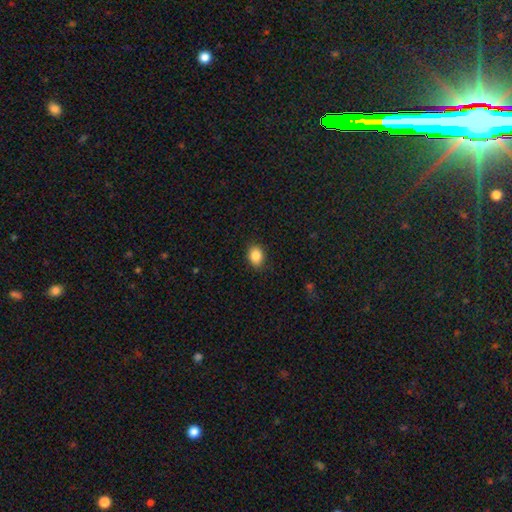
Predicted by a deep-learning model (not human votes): A smooth galaxy with no disk features (87%) that is in between round and cigar-shaped (62%). Merging: none (87%).